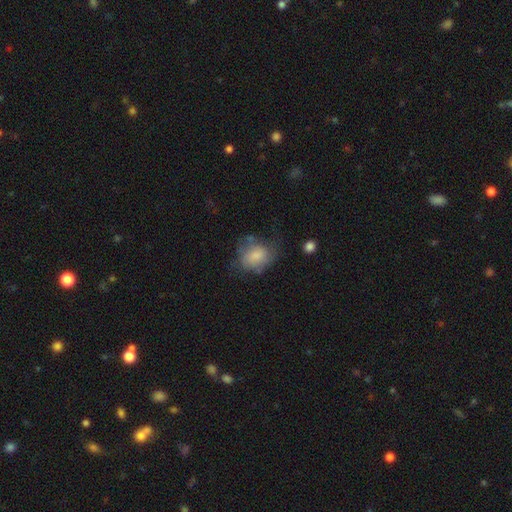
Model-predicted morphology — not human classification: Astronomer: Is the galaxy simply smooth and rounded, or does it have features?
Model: smooth — 72%.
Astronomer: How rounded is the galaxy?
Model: in between — 50% (runner-up: round, 49%).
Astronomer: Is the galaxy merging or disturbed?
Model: none — 43% (runner-up: minor disturbance, 31%).